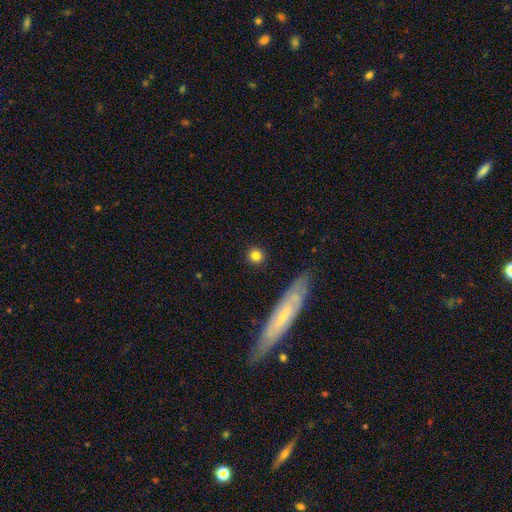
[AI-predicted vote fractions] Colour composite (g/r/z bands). It shows a smooth galaxy with no disk features (82%) that is round (92%). Merging: none (90%).